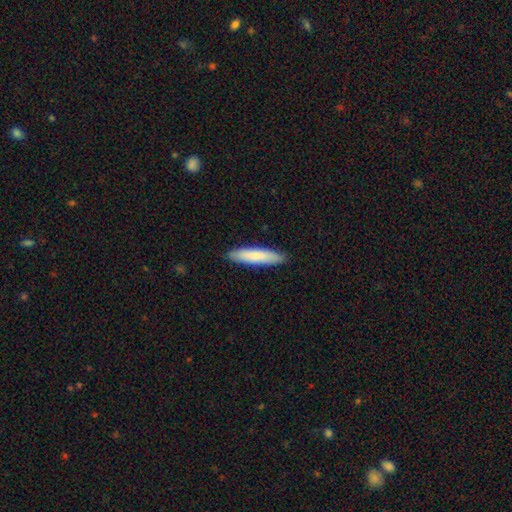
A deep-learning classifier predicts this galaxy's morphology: This is likely a smooth galaxy (80%). How rounded: clearly cigar-shaped (81%). Merging: clearly none (90%).